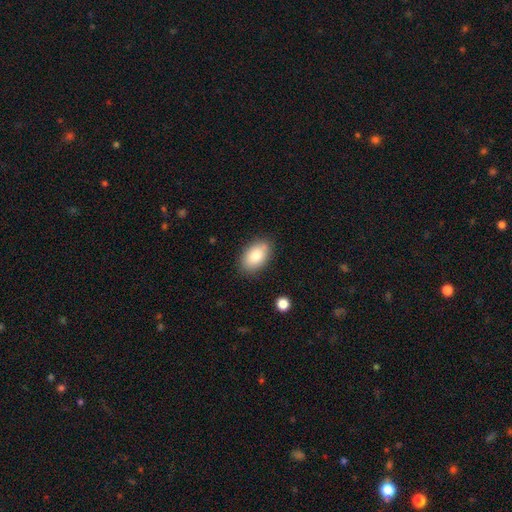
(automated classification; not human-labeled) Smooth or featured?
  - smooth: 84% *
  - featured or disk: 9%
  - star or artifact: 7%
How rounded?
  - in between: 92% *
  - round: 7%
  - cigar-shaped: 1%
Merging?
  - none: 82% *
  - minor disturbance: 13%
  - major disturbance: 3%
  - merger: 2%